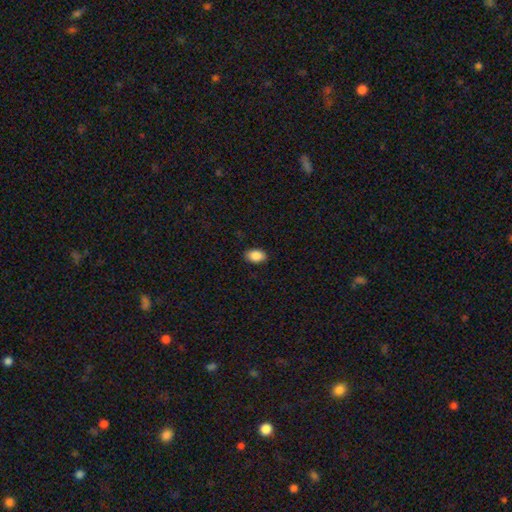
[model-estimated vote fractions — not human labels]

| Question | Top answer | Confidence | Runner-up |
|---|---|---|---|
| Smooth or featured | smooth | 88% | star or artifact (8%) |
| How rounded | in between | 90% | round (9%) |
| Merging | none | 88% | minor disturbance (9%) |